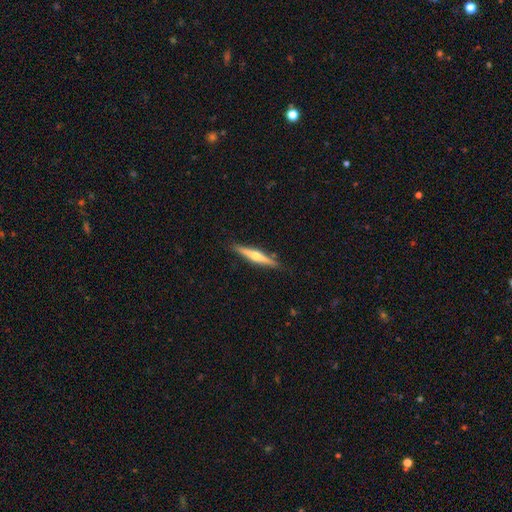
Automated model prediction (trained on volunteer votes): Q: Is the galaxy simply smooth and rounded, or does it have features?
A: featured or disk — 67%.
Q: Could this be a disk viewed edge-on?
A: yes — 97%.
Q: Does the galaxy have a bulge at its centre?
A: rounded — 89%.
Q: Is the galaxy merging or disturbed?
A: none — 89%.